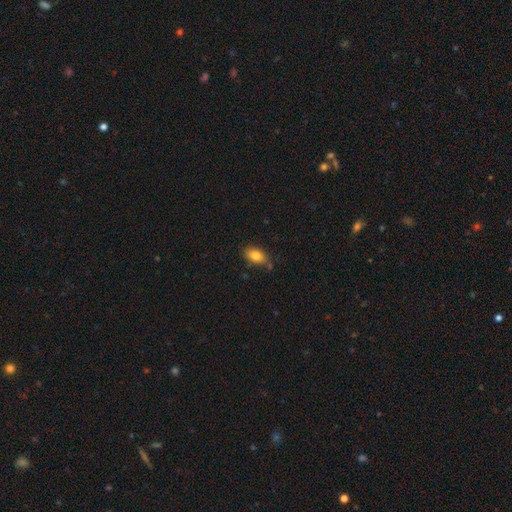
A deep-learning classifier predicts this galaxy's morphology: smooth 81%, featured or disk 11%, star or artifact 9%. Down the decision tree: how rounded — in between (88%); merging — none (72%).